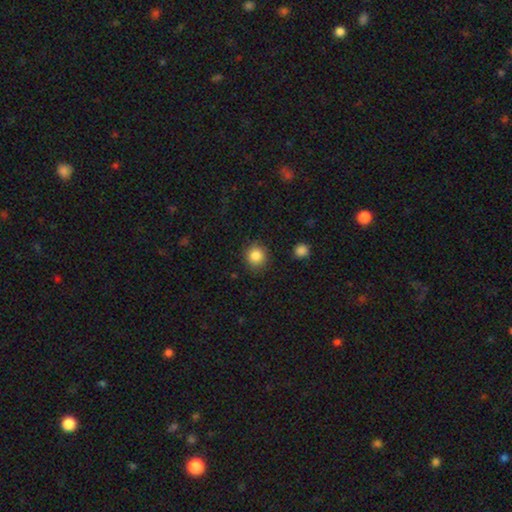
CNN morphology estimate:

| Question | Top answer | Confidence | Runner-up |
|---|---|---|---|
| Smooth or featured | smooth | 86% | star or artifact (10%) |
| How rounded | round | 90% | in between (10%) |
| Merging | none | 88% | minor disturbance (8%) |